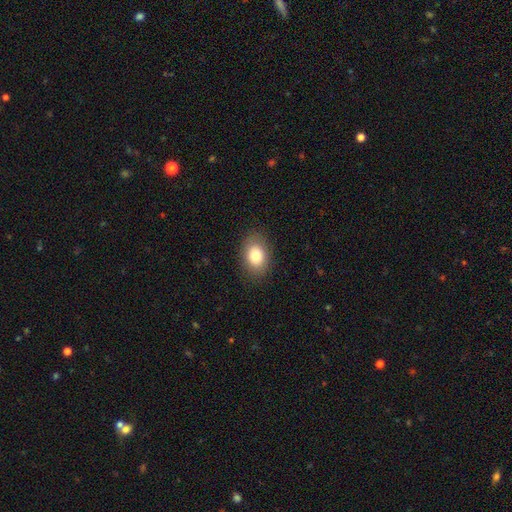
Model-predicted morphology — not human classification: A smooth galaxy with no disk features (80%) that is in between round and cigar-shaped (76%).

Vote fractions:
- Smooth or featured? smooth: 80% / featured or disk: 12% / star or artifact: 9%
- How rounded? in between: 76% / round: 23% / cigar-shaped: 1%
- Merging? none: 86% / minor disturbance: 10% / major disturbance: 3% / merger: 1%